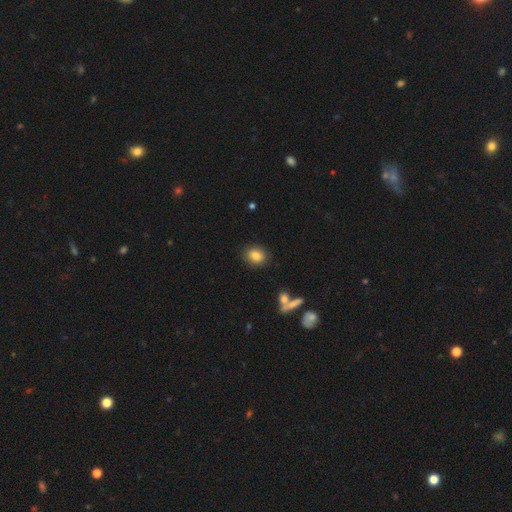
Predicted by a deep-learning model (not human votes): Smooth or featured?
  - smooth: 84% *
  - star or artifact: 9%
  - featured or disk: 7%
How rounded?
  - in between: 49% * (tied)
  - round: 49% * (tied)
  - cigar-shaped: 2%
Merging?
  - none: 86% *
  - minor disturbance: 9%
  - merger: 2%
  - major disturbance: 2%